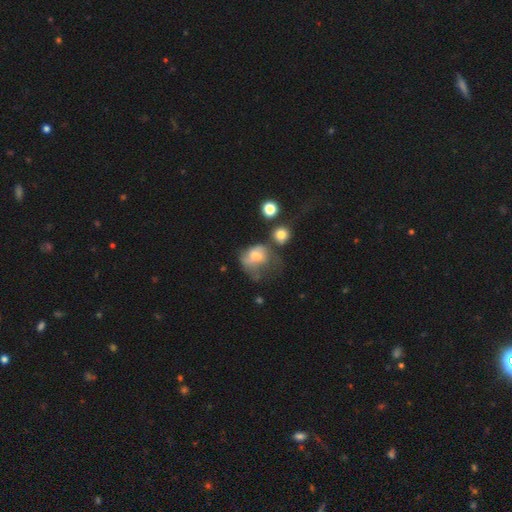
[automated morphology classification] Q: Smooth or featured?
A: smooth (57%); runner-up: featured or disk (31%)
Q: How rounded?
A: in between (51%); runner-up: round (47%)
Q: Merging?
A: major disturbance (42%); runner-up: minor disturbance (22%)